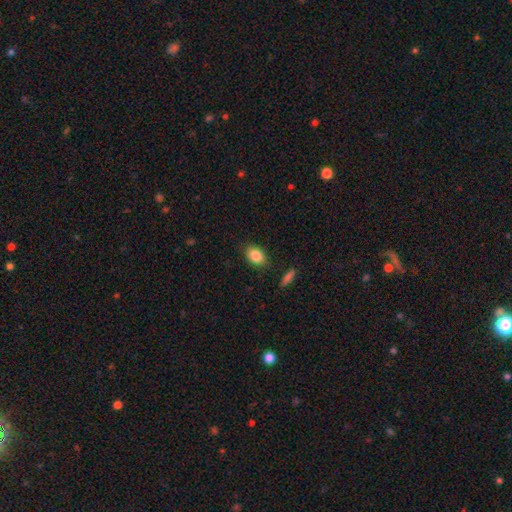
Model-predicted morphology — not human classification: type=smooth (85%); roundness=in between (82%); merging=none (84%).